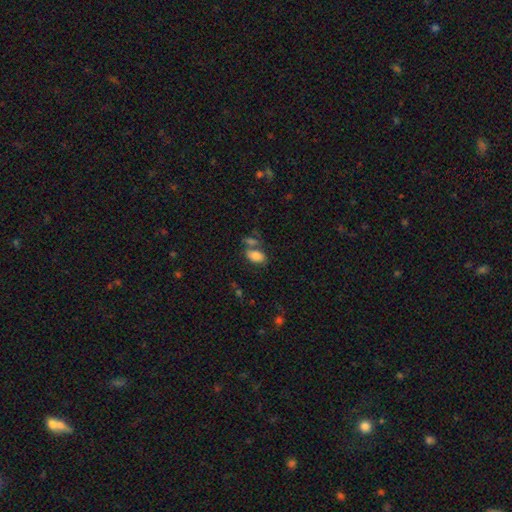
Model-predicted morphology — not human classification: smooth-or-featured: smooth: 80% | featured or disk: 11% | star or artifact: 9%
  how-rounded: in between: 91% | round: 7% | cigar-shaped: 2%
  merging: none: 50% | merger: 29% | minor disturbance: 15% | major disturbance: 6%